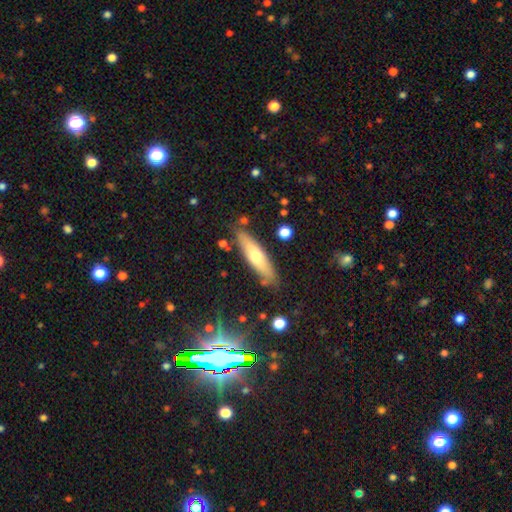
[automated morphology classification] The model was most divided on "smooth or featured": smooth: 56%, featured or disk: 38%, star or artifact: 6%. More confident: merging — none (82%); how rounded — cigar-shaped (71%).